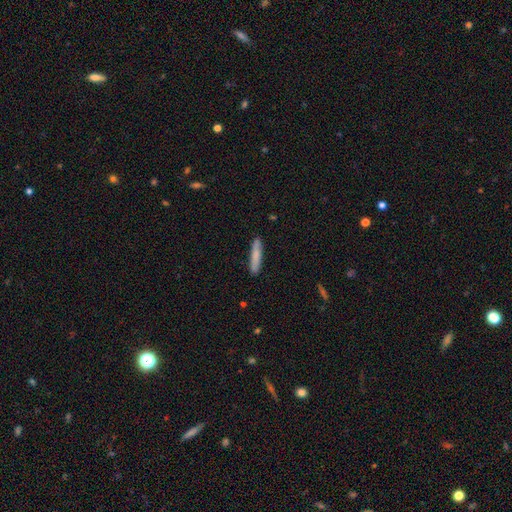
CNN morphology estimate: Smooth or featured? smooth (78%)
How rounded? cigar-shaped (91%)
Merging? none (88%)